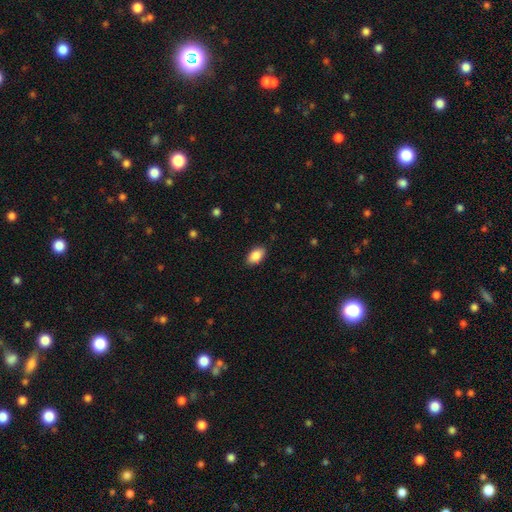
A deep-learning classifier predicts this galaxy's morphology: A smooth galaxy with no disk features (87%) that is in between round and cigar-shaped (93%).

Vote fractions:
- Smooth or featured? smooth: 87% / star or artifact: 7% / featured or disk: 6%
- How rounded? in between: 93% / round: 5% / cigar-shaped: 2%
- Merging? none: 88% / minor disturbance: 9% / major disturbance: 2% / merger: 1%